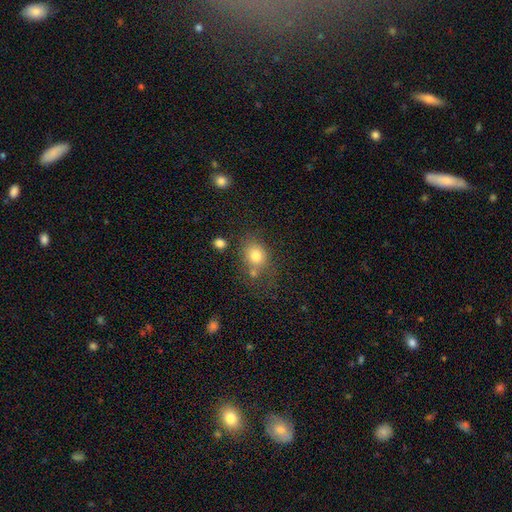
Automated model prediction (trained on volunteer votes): Smooth or featured? Predicted: smooth (p=0.78). How rounded? Predicted: round (p=0.58). Merging? Predicted: none (p=0.60).